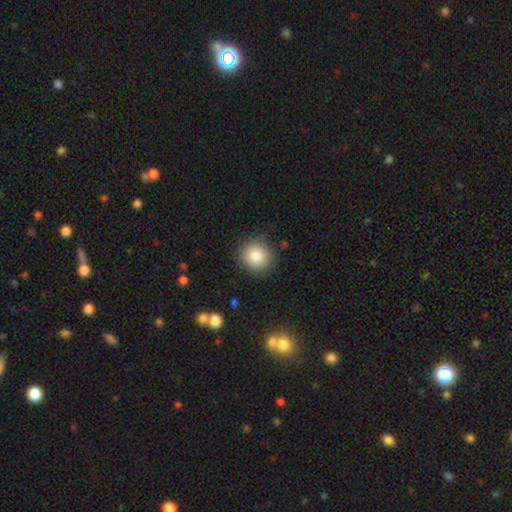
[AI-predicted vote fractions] Q: Smooth or featured?
A: smooth (84%); runner-up: star or artifact (9%)
Q: How rounded?
A: round (91%); runner-up: in between (8%)
Q: Merging?
A: none (88%); runner-up: minor disturbance (8%)